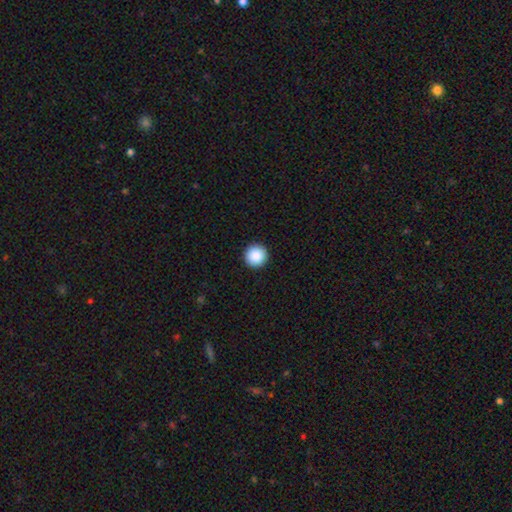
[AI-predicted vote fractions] smooth_or_featured: smooth (p=0.89) [alt: star or artifact p=0.08]
how_rounded: round (p=0.97) [alt: in between p=0.02]
merging: none (p=0.94) [alt: minor disturbance p=0.04]